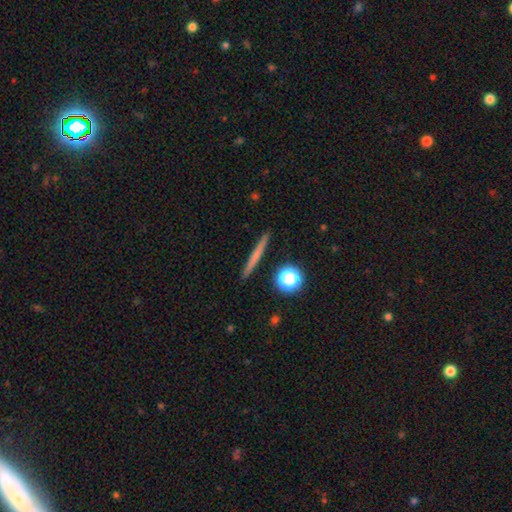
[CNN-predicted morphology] This is possibly a smooth galaxy (57%). How rounded: clearly cigar-shaped (92%). Merging: clearly none (91%).